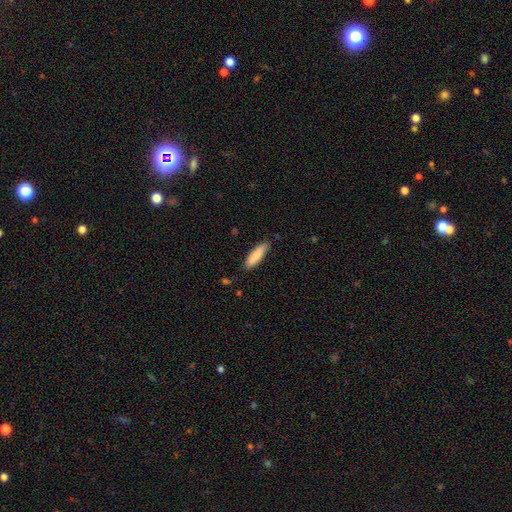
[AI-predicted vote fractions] smooth-or-featured: smooth: 82% | featured or disk: 12% | star or artifact: 6%
  how-rounded: cigar-shaped: 62% | in between: 37% | round: 1%
  merging: none: 82% | minor disturbance: 14% | major disturbance: 2% | merger: 2%